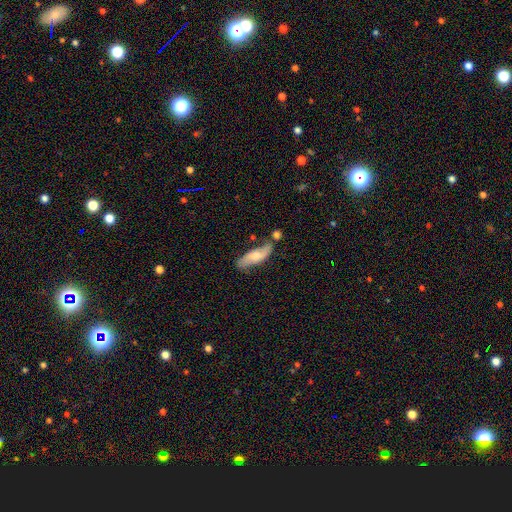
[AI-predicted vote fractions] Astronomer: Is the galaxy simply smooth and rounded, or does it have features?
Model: featured or disk — 51% (runner-up: smooth, 43%).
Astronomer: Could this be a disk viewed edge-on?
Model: no — 77%.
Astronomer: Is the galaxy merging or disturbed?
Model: none — 52%.